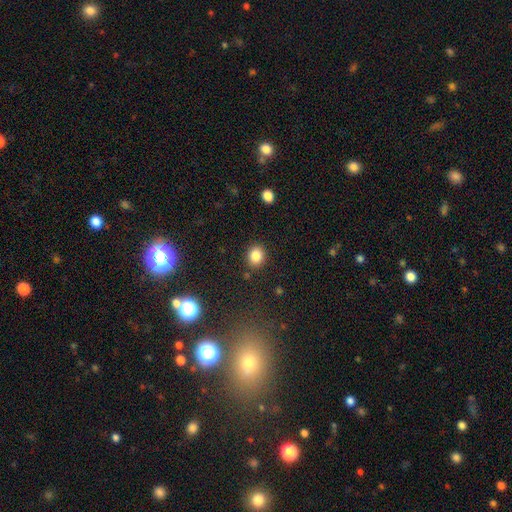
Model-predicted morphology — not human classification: A smooth galaxy with no disk features (85%) that is round (62%). Merging: none (87%).